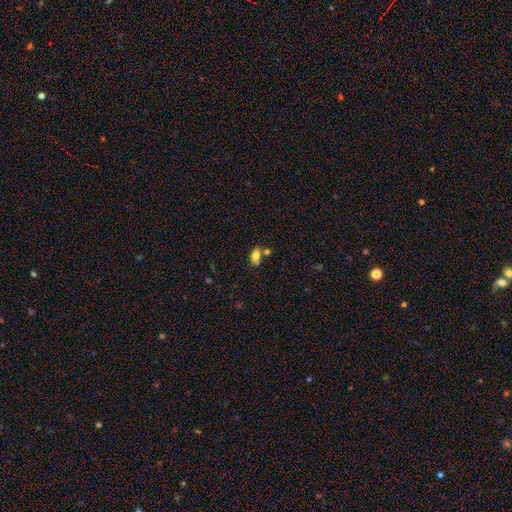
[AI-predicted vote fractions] Overall: smooth (76%). How rounded: in between (86%). Merging: none (60%; merger 21%).